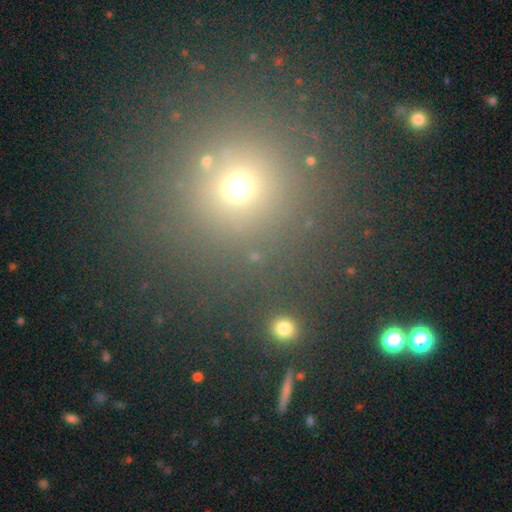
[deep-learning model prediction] This appears to be a smooth galaxy with no disk features (59%) that is round (92%). Merging: none (85%).